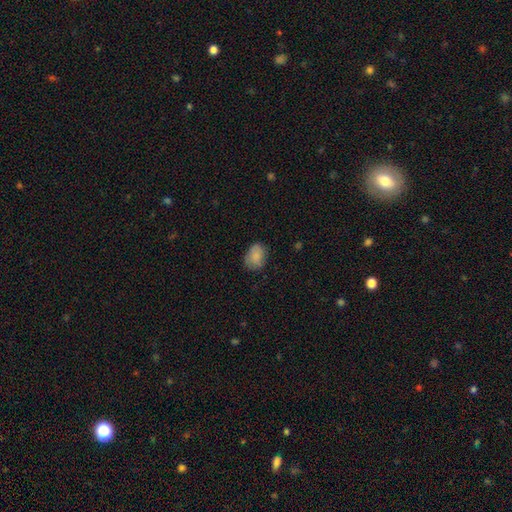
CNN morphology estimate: smooth-or-featured: smooth: 84% | featured or disk: 8% | star or artifact: 8%
  how-rounded: in between: 69% | round: 30% | cigar-shaped: 1%
  merging: none: 73% | minor disturbance: 21% | major disturbance: 5% | merger: 1%